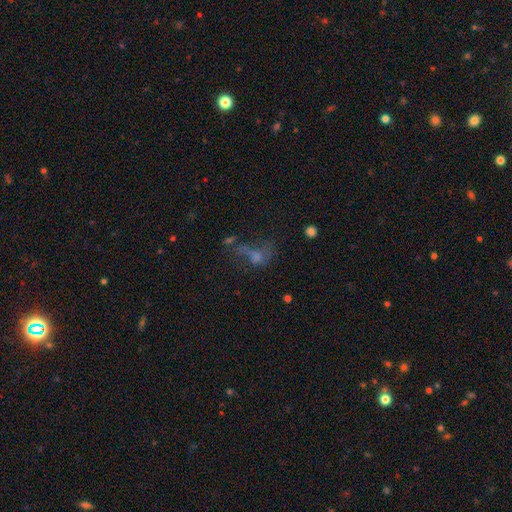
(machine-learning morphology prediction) Smooth or featured? Predicted: smooth (p=0.36). Merging? Predicted: major disturbance (p=0.39).